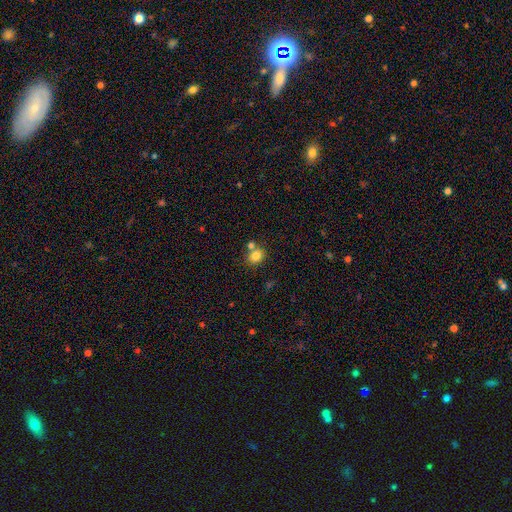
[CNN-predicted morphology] A smooth galaxy with no disk features (82%) that is round (63%). Merging: none (63%).